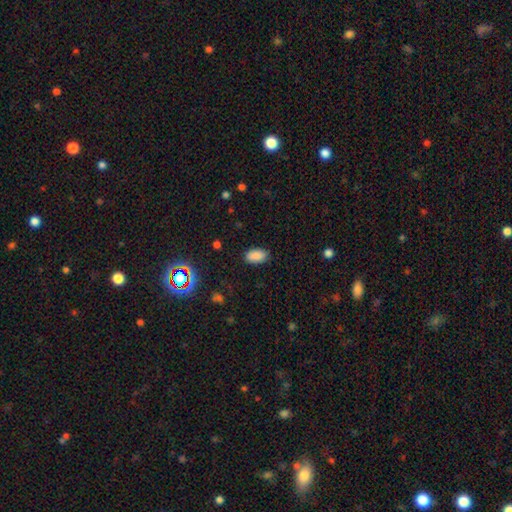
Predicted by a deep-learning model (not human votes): This is clearly a smooth galaxy (86%). How rounded: clearly in between (93%). Merging: clearly none (86%).